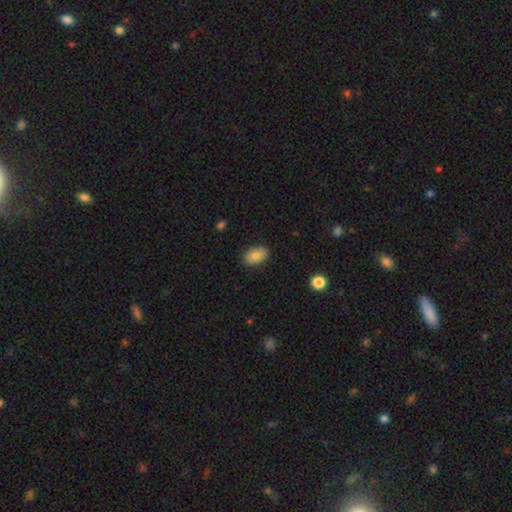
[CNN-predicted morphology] A smooth galaxy with no disk features (82%) that is in between round and cigar-shaped (89%). Merging: none (87%).